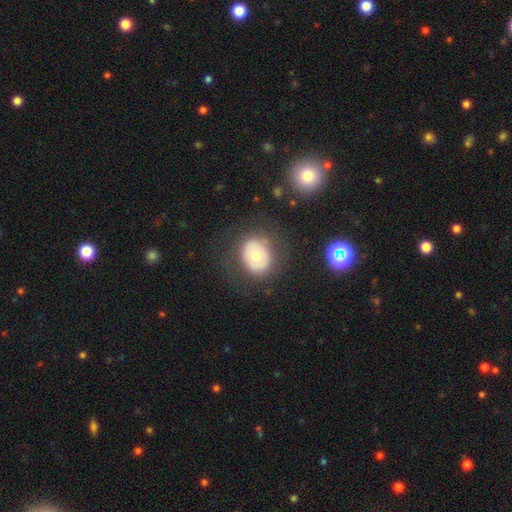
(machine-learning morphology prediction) smooth 56%, featured or disk 37%, star or artifact 8%. Down the decision tree: how rounded — round (59%); merging — none (76%).